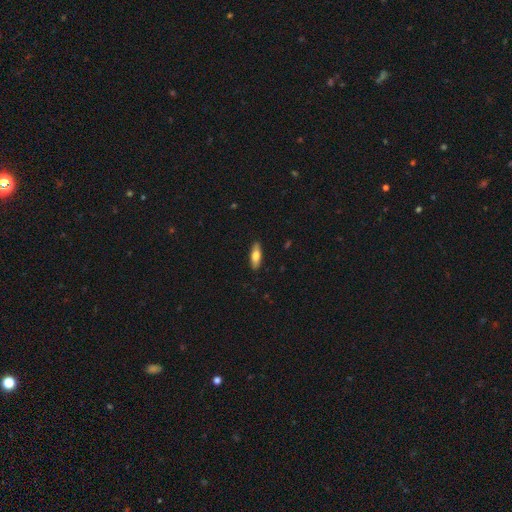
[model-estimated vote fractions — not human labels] smooth 70%, featured or disk 24%, star or artifact 6%. Down the decision tree: how rounded — in between (63%); merging — none (89%).